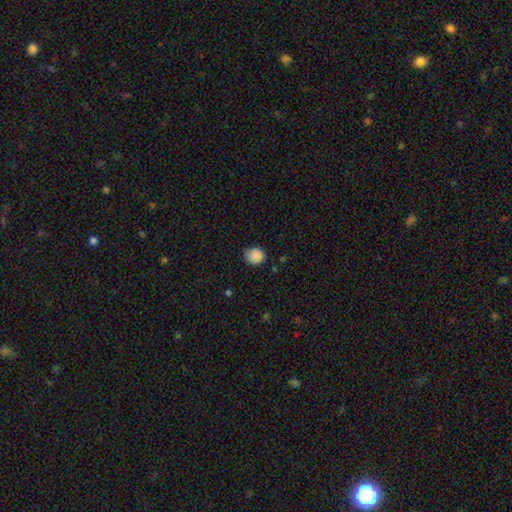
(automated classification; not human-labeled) Morphology: type=smooth (88%); roundness=round (73%); merging=none (77%).